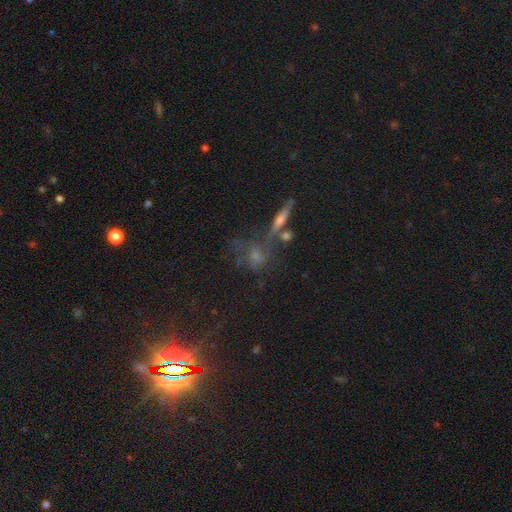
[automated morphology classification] Q: Smooth or featured?
A: featured or disk (43%); runner-up: smooth (38%)
Q: Merging?
A: none (48%); runner-up: minor disturbance (18%)